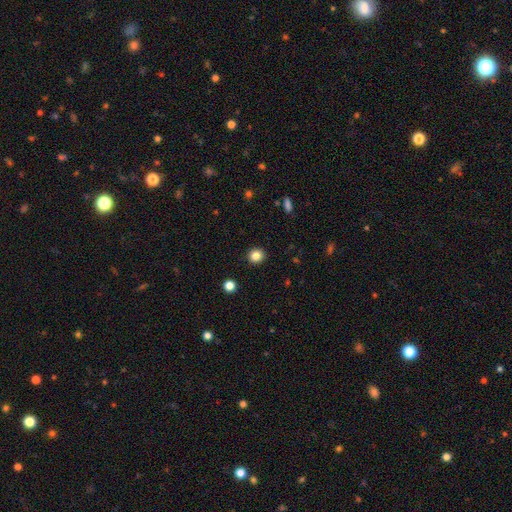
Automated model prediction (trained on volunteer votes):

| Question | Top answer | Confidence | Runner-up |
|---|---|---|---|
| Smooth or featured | smooth | 84% | star or artifact (11%) |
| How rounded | round | 86% | in between (13%) |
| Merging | none | 92% | minor disturbance (5%) |